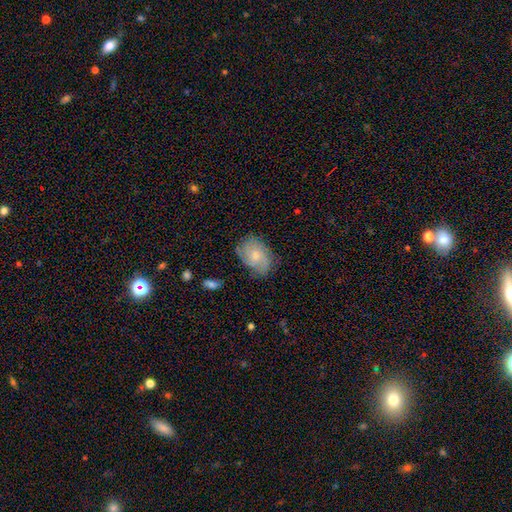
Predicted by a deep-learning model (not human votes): Smooth or featured? featured or disk (61%)
Edge-on disk? no (97%)
Bar? no (76%)
Spiral arms? yes (87%)
Spiral winding? tight (52%)
Spiral arm count? can't tell (40%)
Bulge size? small (59%)
Merging? none (71%)